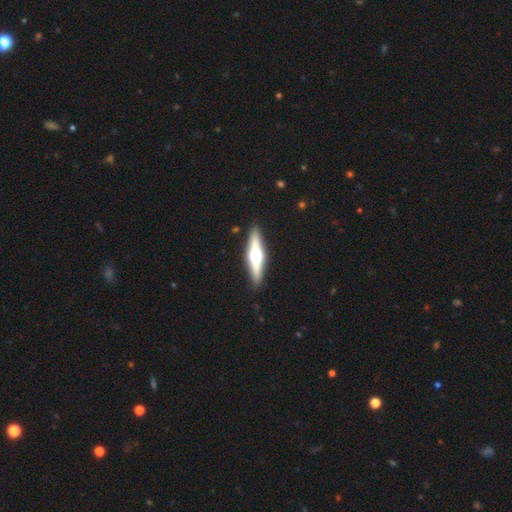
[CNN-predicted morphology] featured or disk 68%, smooth 26%, star or artifact 6%. Down the decision tree: edge-on disk — yes (96%); edge-on bulge — rounded (95%); merging — none (89%).